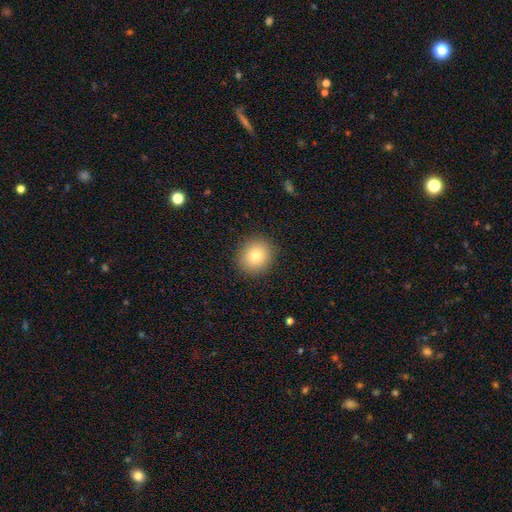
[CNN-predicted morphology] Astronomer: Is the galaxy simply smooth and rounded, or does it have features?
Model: smooth — 80%.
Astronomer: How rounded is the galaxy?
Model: round — 84%.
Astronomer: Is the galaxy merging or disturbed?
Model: none — 90%.